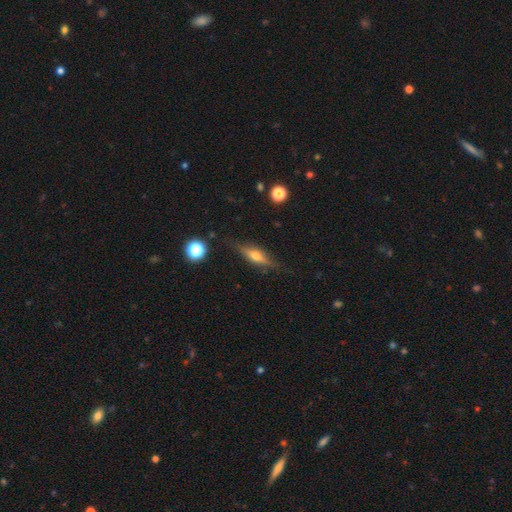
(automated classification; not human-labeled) Overall: featured or disk (58%; smooth 34%). Edge-on disk: yes (92%). Edge-on bulge: rounded (90%). Merging: none (82%).